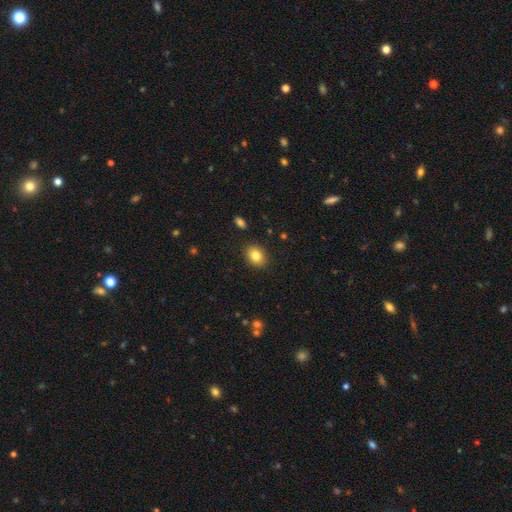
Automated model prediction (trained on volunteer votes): Smooth or featured? smooth (83%)
How rounded? in between (54%)
Merging? none (89%)